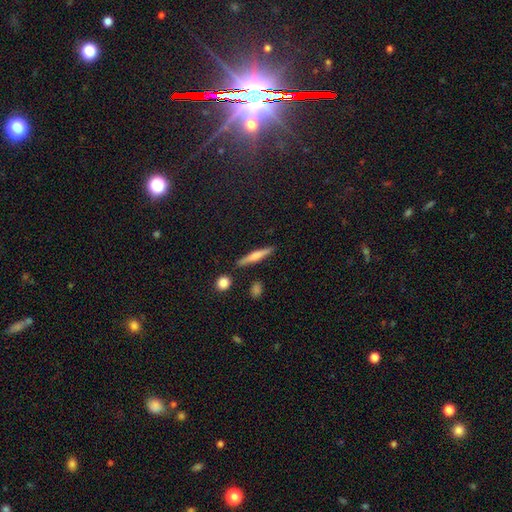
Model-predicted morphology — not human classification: Q: Smooth or featured?
A: smooth (52%); runner-up: featured or disk (40%)
Q: How rounded?
A: cigar-shaped (89%); runner-up: in between (8%)
Q: Merging?
A: none (86%); runner-up: minor disturbance (8%)